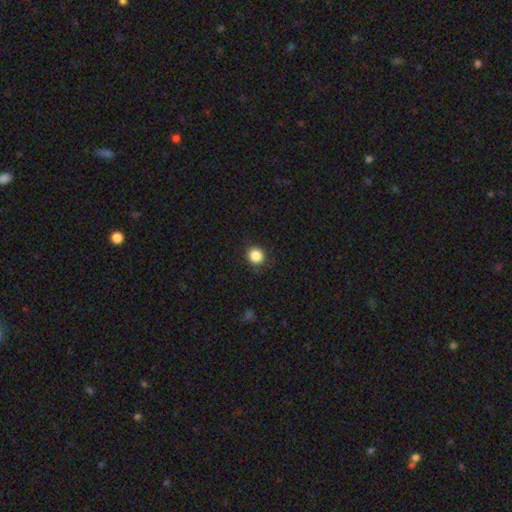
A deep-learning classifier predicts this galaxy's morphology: smooth-or-featured: smooth: 86% | star or artifact: 10% | featured or disk: 3%
  how-rounded: round: 89% | in between: 10% | cigar-shaped: 1%
  merging: none: 88% | minor disturbance: 9% | major disturbance: 2% | merger: 1%